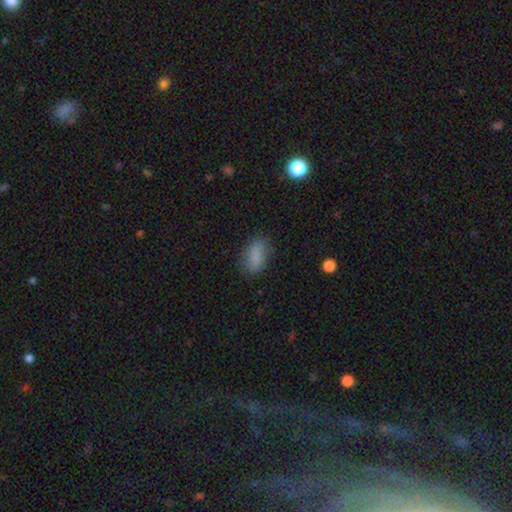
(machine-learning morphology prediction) This appears to be a smooth galaxy with no disk features (85%) that is in between round and cigar-shaped (86%). Merging: none (79%).